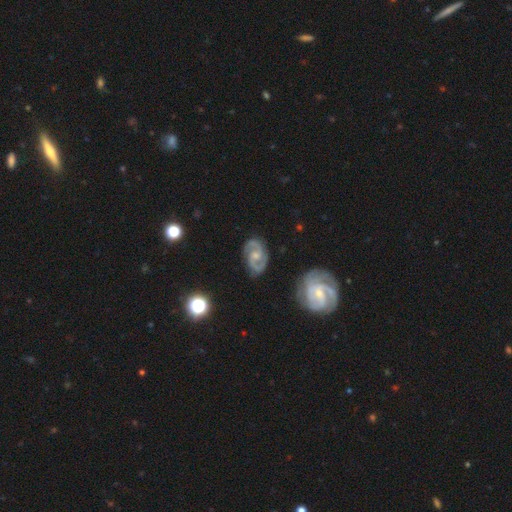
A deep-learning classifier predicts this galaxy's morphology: Smooth or featured? Predicted: featured or disk (p=0.88). Edge-on disk? Predicted: no (p=0.97). Bar? Predicted: no (p=0.46). Spiral arms? Predicted: yes (p=0.97). Spiral winding? Predicted: medium (p=0.56). Spiral arm count? Predicted: 2 (p=0.92). Bulge size? Predicted: moderate (p=0.44). Merging? Predicted: none (p=0.80).